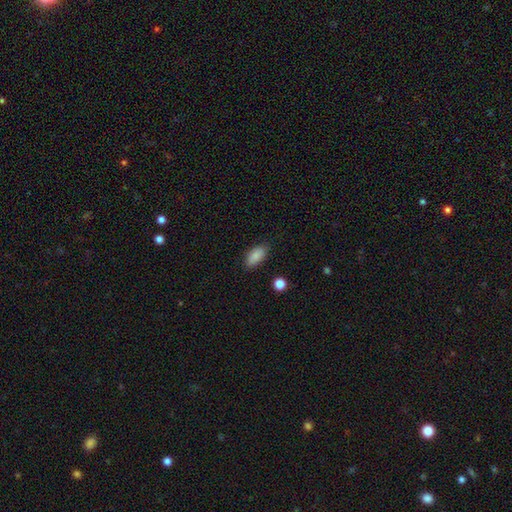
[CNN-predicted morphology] Smooth or featured: smooth — 88% (star or artifact — 7%)
How rounded: in between — 89% (cigar-shaped — 8%)
Merging: none — 84% (minor disturbance — 12%)